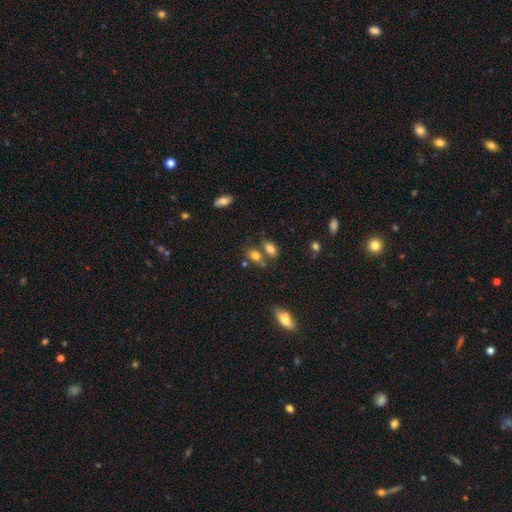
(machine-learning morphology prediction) type=smooth (77%); roundness=in between (72%); merging=none (52%).